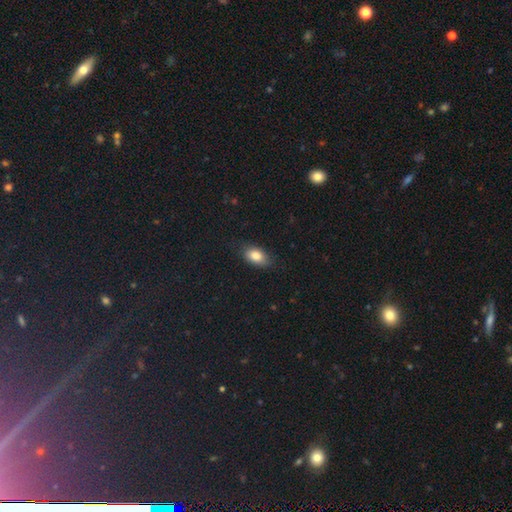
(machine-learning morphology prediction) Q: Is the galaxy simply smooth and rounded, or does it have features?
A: smooth — 83%.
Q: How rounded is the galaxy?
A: in between — 87%.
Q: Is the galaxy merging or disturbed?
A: none — 80%.